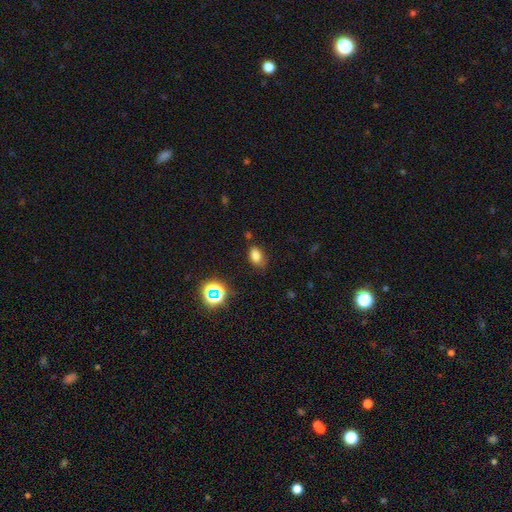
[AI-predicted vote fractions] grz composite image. It shows a smooth galaxy with no disk features (77%) that is in between round and cigar-shaped (85%). Merging: none (71%).